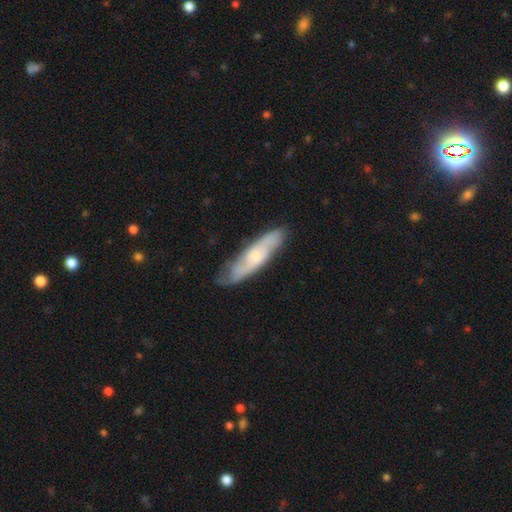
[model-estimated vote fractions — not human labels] featured or disk 58%, smooth 36%, star or artifact 6%. Down the decision tree: edge-on disk — no (66%); merging — none (75%).